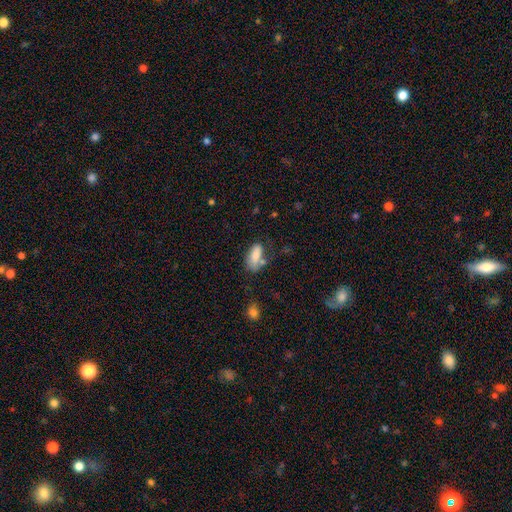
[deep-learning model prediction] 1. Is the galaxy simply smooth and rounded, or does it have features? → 81% smooth, 11% featured or disk, 8% star or artifact.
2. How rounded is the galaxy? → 89% in between, 8% cigar-shaped, 3% round.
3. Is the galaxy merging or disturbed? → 48% none, 26% minor disturbance, 14% major disturbance, 13% merger.